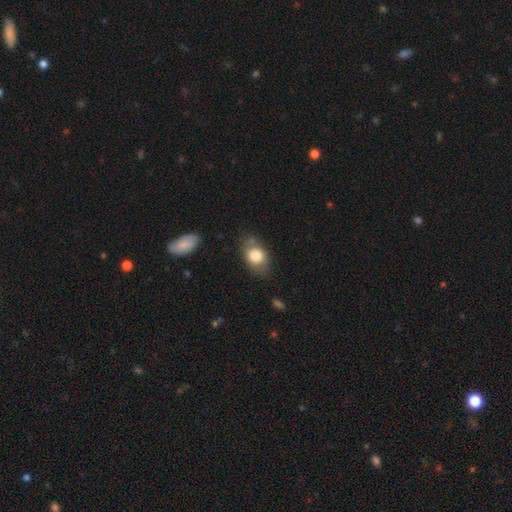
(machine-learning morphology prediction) A smooth galaxy with no disk features (81%) that is in between round and cigar-shaped (70%).

Vote fractions:
- Smooth or featured? smooth: 81% / featured or disk: 11% / star or artifact: 8%
- How rounded? in between: 70% / round: 28% / cigar-shaped: 2%
- Merging? none: 67% / minor disturbance: 21% / merger: 6% / major disturbance: 6%